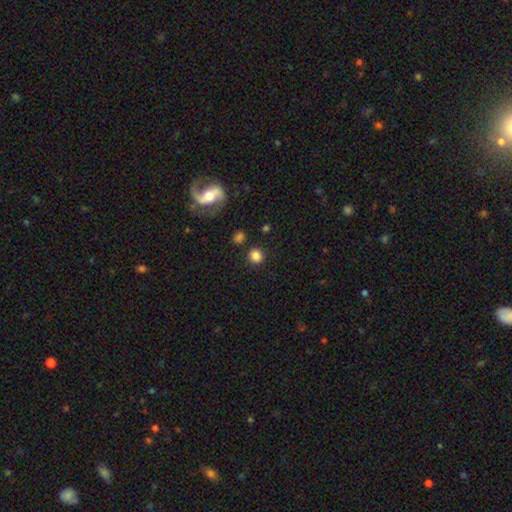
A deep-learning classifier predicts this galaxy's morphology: smooth-or-featured: smooth: 82% | star or artifact: 11% | featured or disk: 6%
  how-rounded: round: 90% | in between: 9% | cigar-shaped: 1%
  merging: none: 87% | minor disturbance: 7% | merger: 4% | major disturbance: 3%